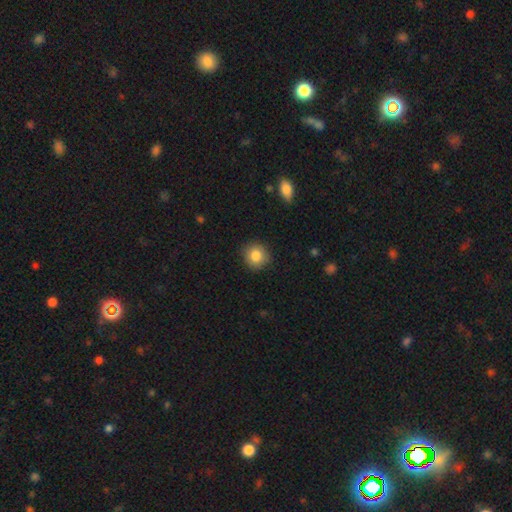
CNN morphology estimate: smooth 84%, star or artifact 9%, featured or disk 7%. Down the decision tree: how rounded — round (87%); merging — none (88%).